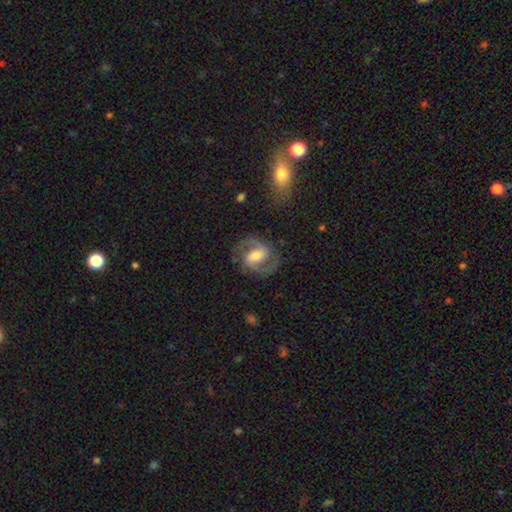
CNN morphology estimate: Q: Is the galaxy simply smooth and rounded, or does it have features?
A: featured or disk — 85%.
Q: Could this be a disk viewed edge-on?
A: no — 98%.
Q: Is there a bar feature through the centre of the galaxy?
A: weak — 49%.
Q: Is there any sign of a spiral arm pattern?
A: yes — 96%.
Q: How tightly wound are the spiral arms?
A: medium — 61%.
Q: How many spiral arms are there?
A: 2 — 92%.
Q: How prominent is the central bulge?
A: moderate — 56%.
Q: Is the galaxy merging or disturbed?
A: none — 79%.